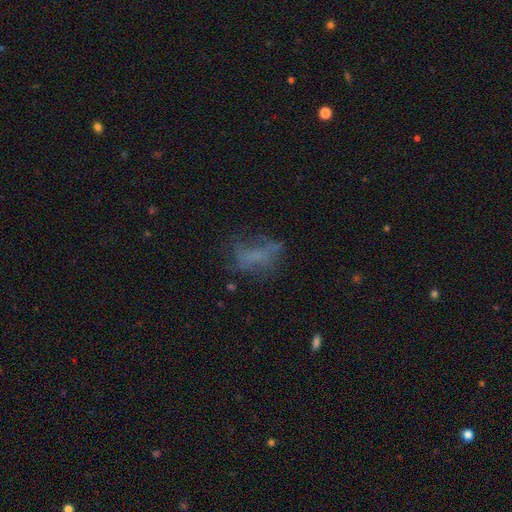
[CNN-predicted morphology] A smooth galaxy with no disk features (44%). Merging: none (45%).